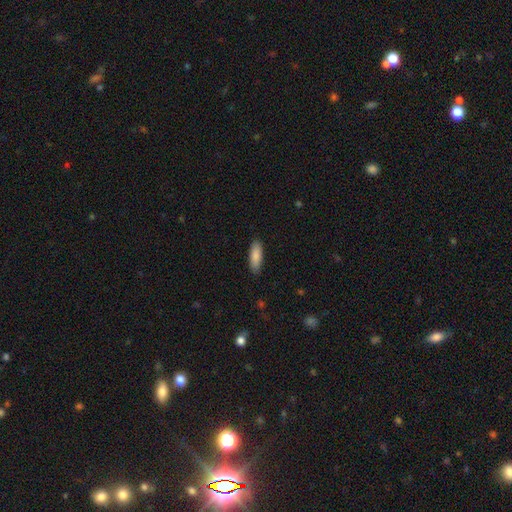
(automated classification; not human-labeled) smooth-or-featured: smooth: 87% | featured or disk: 7% | star or artifact: 6%
  how-rounded: in between: 57% | cigar-shaped: 41% | round: 2%
  merging: none: 88% | minor disturbance: 10% | major disturbance: 2% | merger: 1%